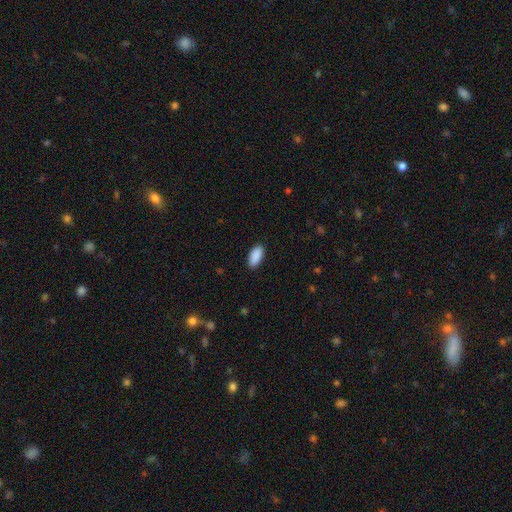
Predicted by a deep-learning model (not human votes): This is clearly a smooth galaxy (91%). How rounded: clearly in between (93%). Merging: clearly none (89%).